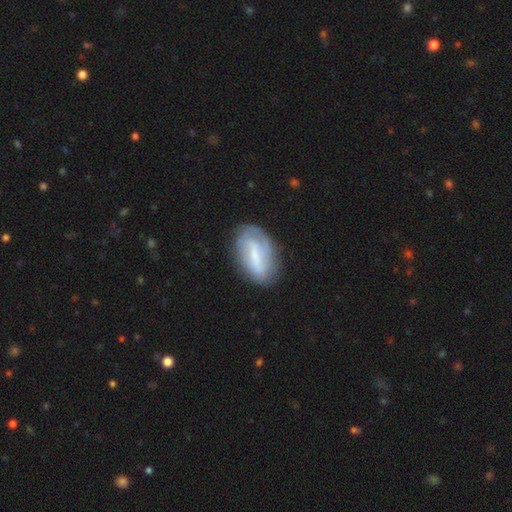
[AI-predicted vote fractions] Smooth or featured? featured or disk (58%)
Edge-on disk? no (92%)
Bar? strong (54%)
Spiral arms? yes (69%)
Bulge size? small (40%)
Merging? none (70%)